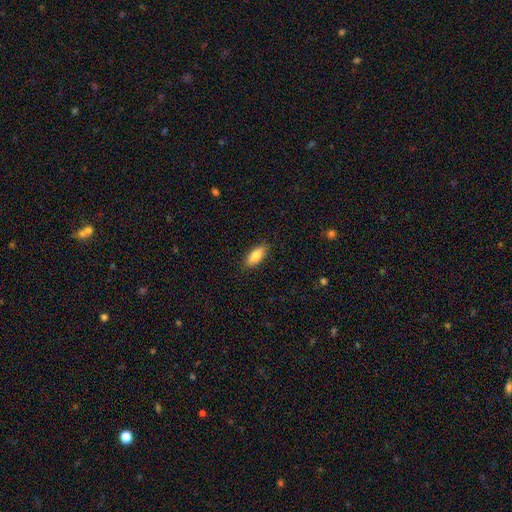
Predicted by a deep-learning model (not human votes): smooth-or-featured: smooth: 83% | featured or disk: 11% | star or artifact: 6%
  how-rounded: in between: 78% | cigar-shaped: 20% | round: 2%
  merging: none: 88% | minor disturbance: 9% | major disturbance: 2% | merger: 1%